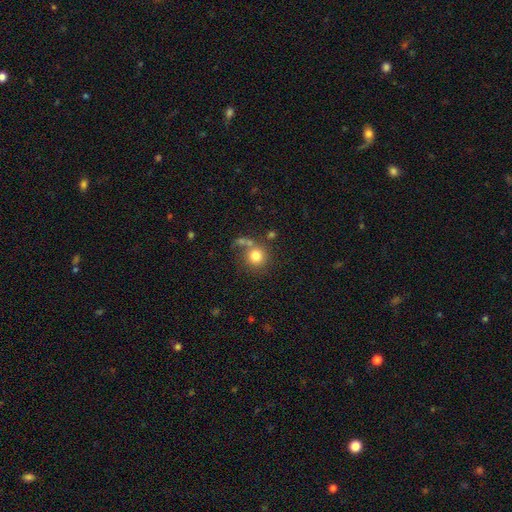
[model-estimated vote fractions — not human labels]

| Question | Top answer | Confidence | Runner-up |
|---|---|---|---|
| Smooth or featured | smooth | 79% | star or artifact (11%) |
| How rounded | round | 90% | in between (9%) |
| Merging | none | 59% | merger (20%) |